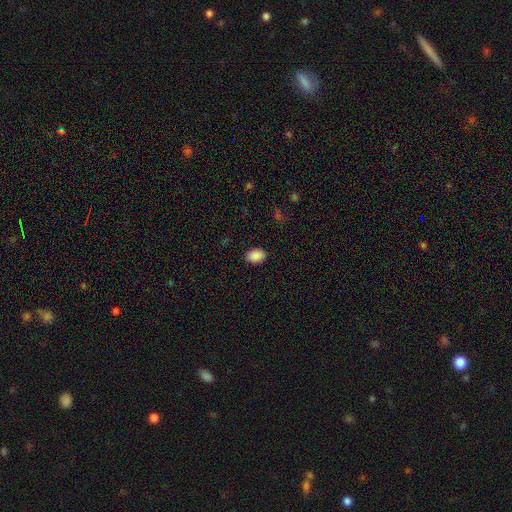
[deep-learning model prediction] Overall: smooth (89%). How rounded: in between (82%). Merging: none (88%).